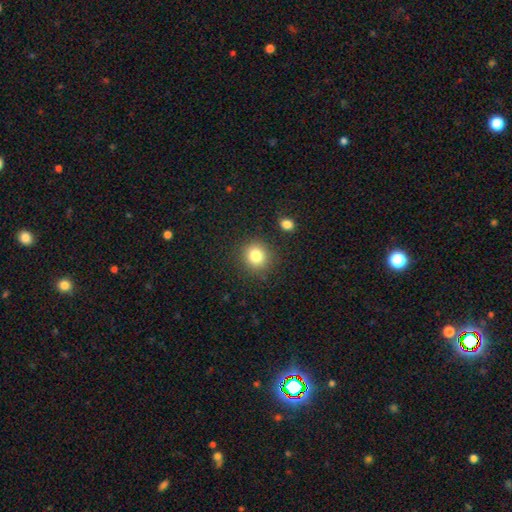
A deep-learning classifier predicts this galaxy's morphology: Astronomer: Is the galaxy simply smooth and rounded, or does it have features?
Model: smooth — 82%.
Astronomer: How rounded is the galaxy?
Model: round — 86%.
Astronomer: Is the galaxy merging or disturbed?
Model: none — 87%.